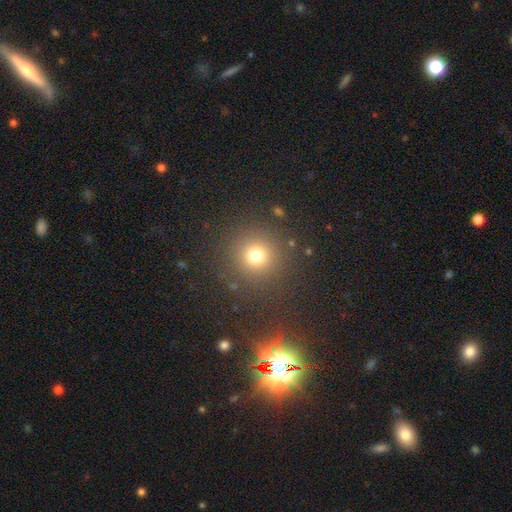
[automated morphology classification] The model was most divided on "smooth or featured": smooth: 74%, star or artifact: 18%, featured or disk: 7%. More confident: how rounded — round (94%); merging — none (87%).